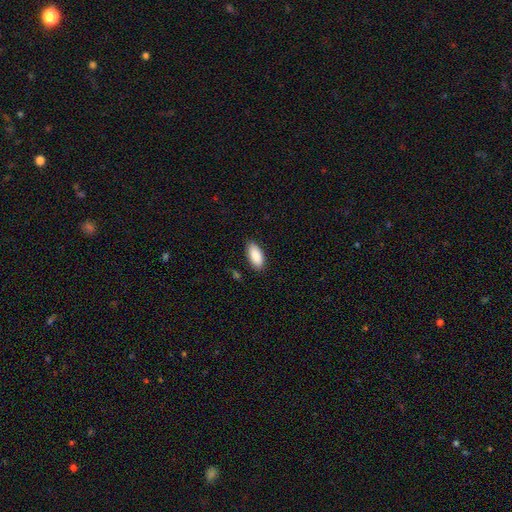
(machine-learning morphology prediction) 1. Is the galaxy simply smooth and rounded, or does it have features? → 90% smooth, 6% star or artifact, 4% featured or disk.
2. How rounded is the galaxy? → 90% in between, 8% cigar-shaped, 2% round.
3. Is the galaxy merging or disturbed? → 86% none, 10% minor disturbance, 2% major disturbance, 1% merger.